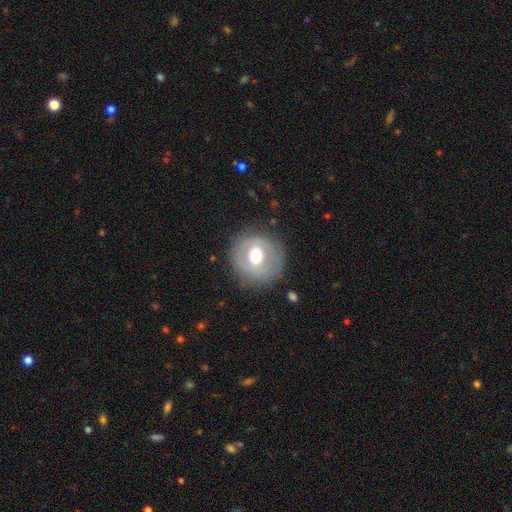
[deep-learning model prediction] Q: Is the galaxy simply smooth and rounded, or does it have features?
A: smooth — 48%.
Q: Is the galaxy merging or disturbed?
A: none — 79%.